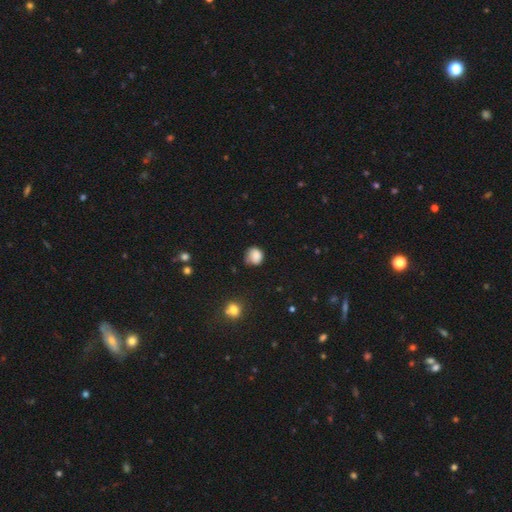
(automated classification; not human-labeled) This is clearly a smooth galaxy (83%). How rounded: likely round (78%). Merging: possibly none (57%).